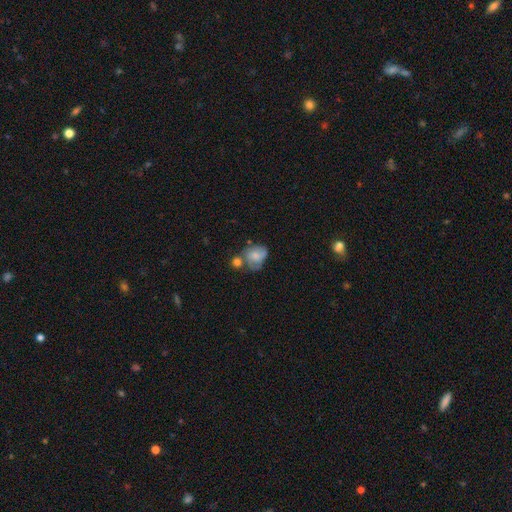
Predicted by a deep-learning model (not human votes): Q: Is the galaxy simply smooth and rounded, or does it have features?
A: smooth — 60%.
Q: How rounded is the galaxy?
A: in between — 50%.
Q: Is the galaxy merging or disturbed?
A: none — 35%.